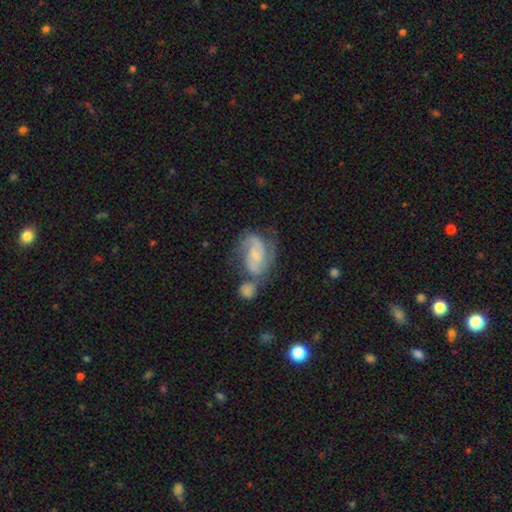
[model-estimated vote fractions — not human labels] Q: Smooth or featured?
A: featured or disk (76%); runner-up: smooth (17%)
Q: Edge-on disk?
A: no (97%); runner-up: yes (3%)
Q: Bar?
A: weak (44%); runner-up: no (42%)
Q: Spiral arms?
A: yes (93%); runner-up: no (7%)
Q: Spiral winding?
A: medium (49%); runner-up: tight (32%)
Q: Spiral arm count?
A: 2 (73%); runner-up: can't tell (12%)
Q: Bulge size?
A: small (55%); runner-up: moderate (21%)
Q: Merging?
A: none (37%); runner-up: merger (29%)